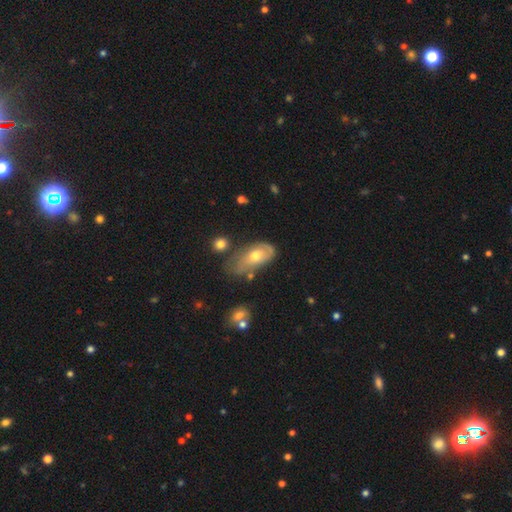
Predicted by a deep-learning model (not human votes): smooth-or-featured: smooth: 54% | featured or disk: 39% | star or artifact: 7%
  how-rounded: in between: 90% | round: 6% | cigar-shaped: 5%
  merging: minor disturbance: 35% | none: 34% | major disturbance: 21% | merger: 9%